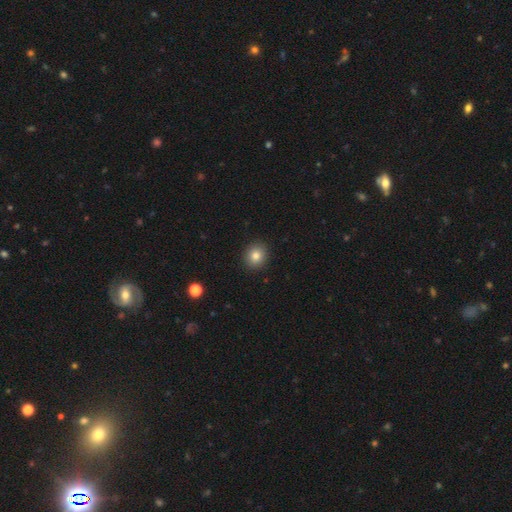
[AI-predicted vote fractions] A smooth galaxy with no disk features (82%) that is round (80%). Merging: none (92%).